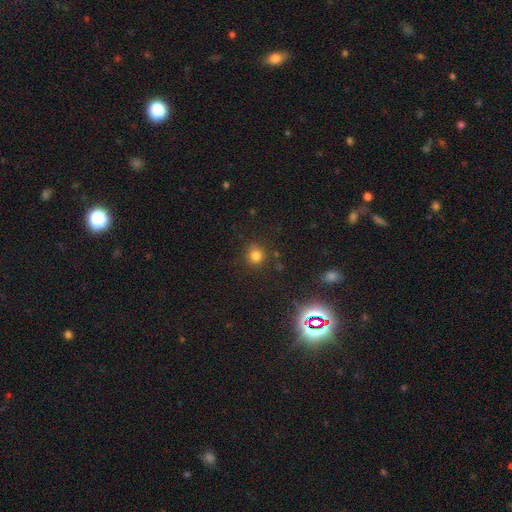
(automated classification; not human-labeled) Smooth or featured? Predicted: smooth (p=0.77). How rounded? Predicted: round (p=0.89). Merging? Predicted: none (p=0.81).